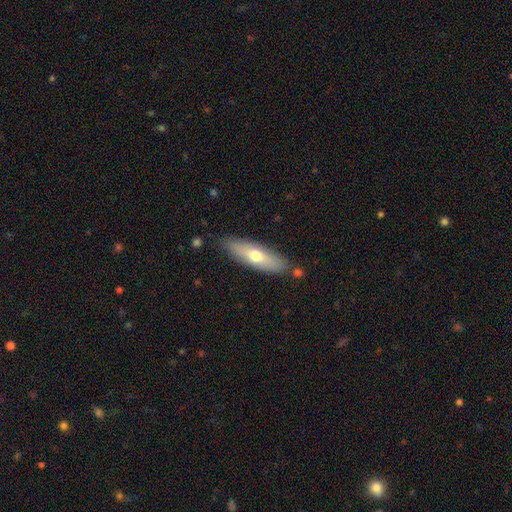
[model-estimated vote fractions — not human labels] Overall: smooth (62%; featured or disk 33%). How rounded: cigar-shaped (52%; in between 46%). Merging: none (82%).